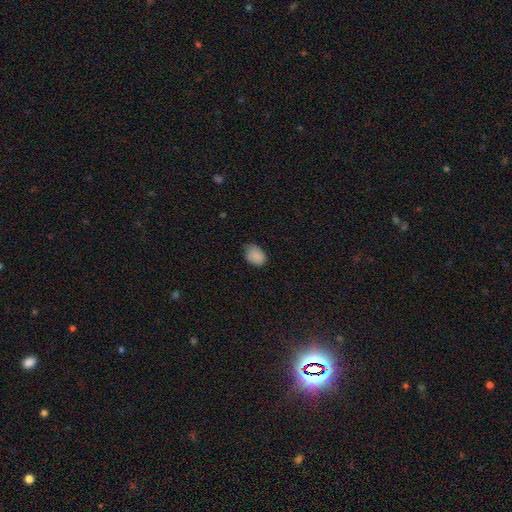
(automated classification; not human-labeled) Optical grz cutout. It shows a smooth galaxy with no disk features (87%) that is in between round and cigar-shaped (73%). Merging: none (60%).